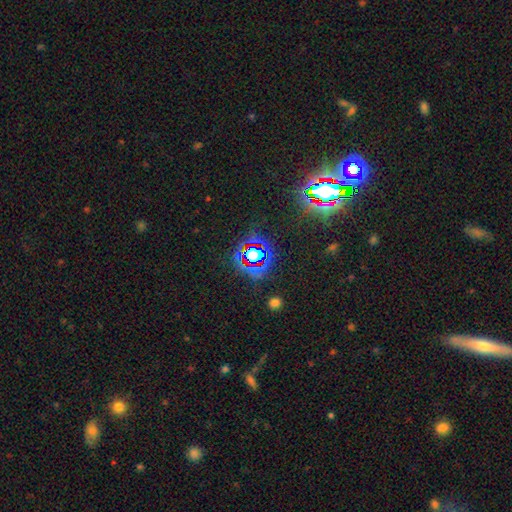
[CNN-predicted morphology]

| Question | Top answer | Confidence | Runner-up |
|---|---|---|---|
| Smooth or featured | star or artifact | 81% | smooth (12%) |